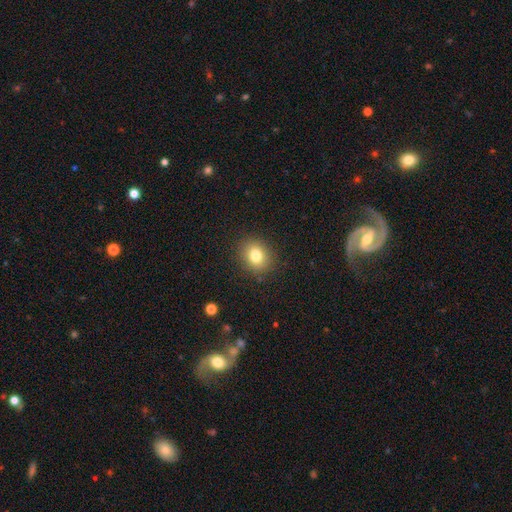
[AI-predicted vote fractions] Morphology: type=smooth (80%); roundness=round (63%); merging=none (88%).